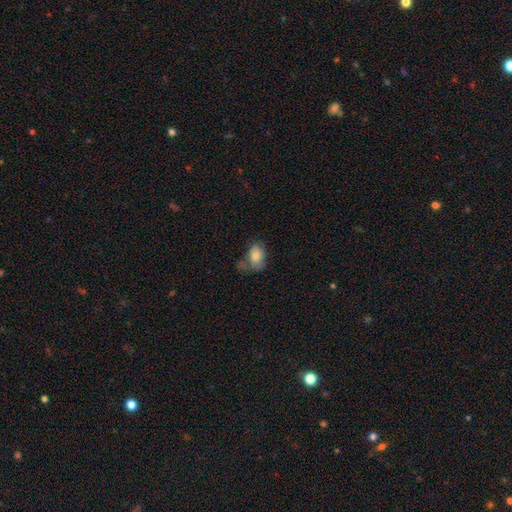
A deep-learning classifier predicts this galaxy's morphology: Q: Smooth or featured?
A: smooth (74%); runner-up: featured or disk (18%)
Q: How rounded?
A: in between (83%); runner-up: round (16%)
Q: Merging?
A: none (35%); runner-up: minor disturbance (33%)